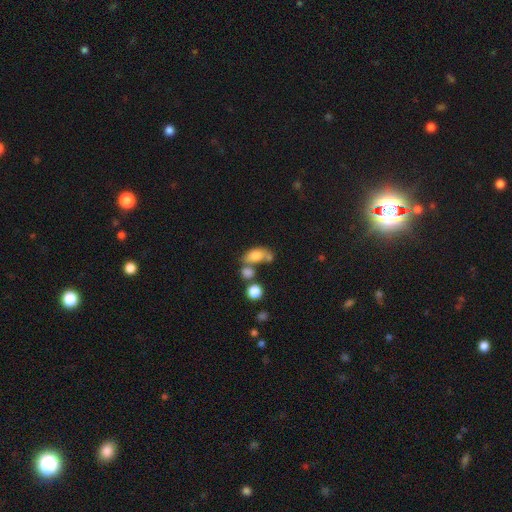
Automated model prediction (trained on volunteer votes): Smooth or featured: smooth — 73% (featured or disk — 16%)
How rounded: in between — 82% (round — 14%)
Merging: merger — 40% (none — 32%)